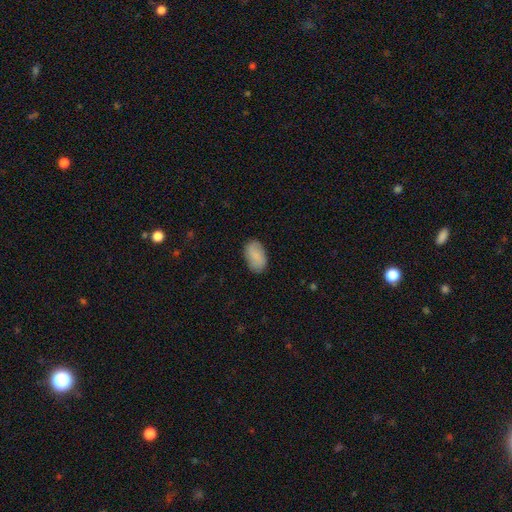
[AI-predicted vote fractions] A smooth galaxy with no disk features (80%) that is in between round and cigar-shaped (92%). Merging: none (83%).